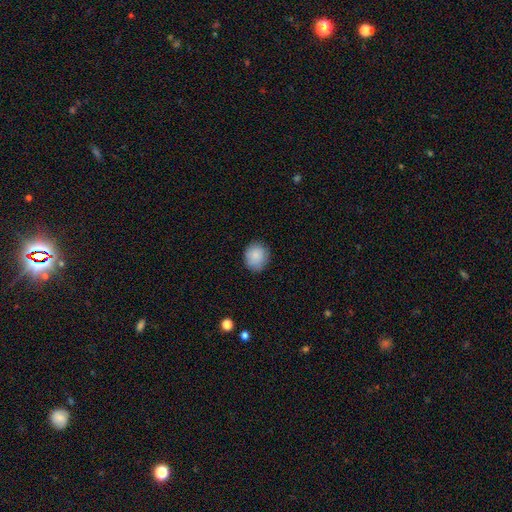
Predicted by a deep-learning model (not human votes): smooth 87%, star or artifact 8%, featured or disk 6%. Down the decision tree: how rounded — round (79%); merging — none (83%).